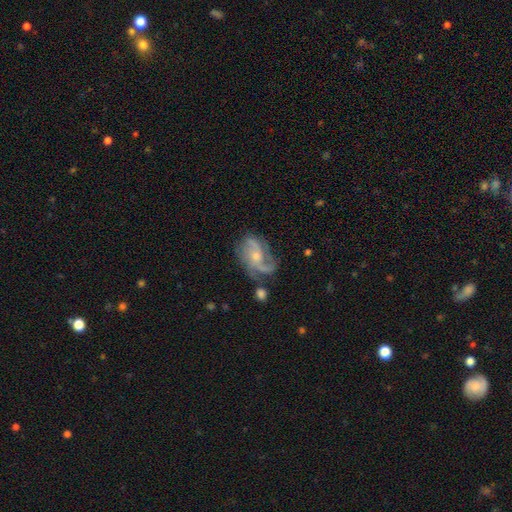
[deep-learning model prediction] Overall: featured or disk (81%). Edge-on disk: no (97%). Bar: no (66%; weak 28%). Spiral arms: yes (94%). Spiral arm count: 3 (35%; 2 33%). Spiral winding: medium (47%; loose 30%). Bulge size: small (50%; moderate 43%). Merging: none (55%; minor disturbance 24%).